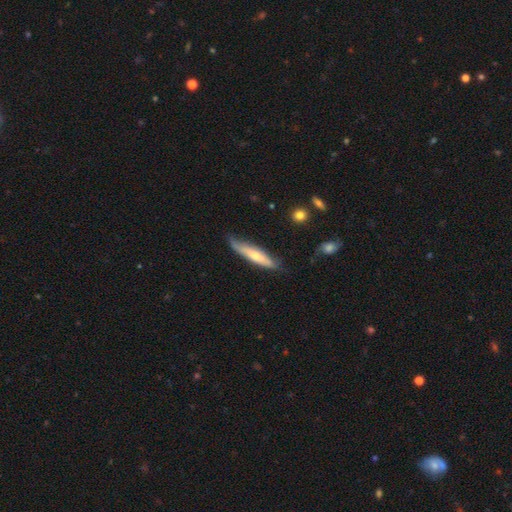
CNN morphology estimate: A smooth galaxy with no disk features (53%) that is cigar-shaped (83%).

Vote fractions:
- Smooth or featured? smooth: 53% / featured or disk: 42% / star or artifact: 5%
- How rounded? cigar-shaped: 83% / in between: 15% / round: 2%
- Merging? none: 66% / minor disturbance: 27% / major disturbance: 5% / merger: 2%